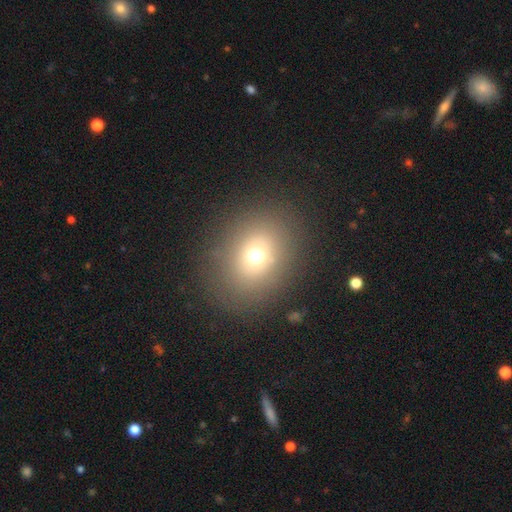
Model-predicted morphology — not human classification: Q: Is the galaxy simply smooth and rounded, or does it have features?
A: smooth — 66%.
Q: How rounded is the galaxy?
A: round — 62%.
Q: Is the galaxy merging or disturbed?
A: none — 83%.